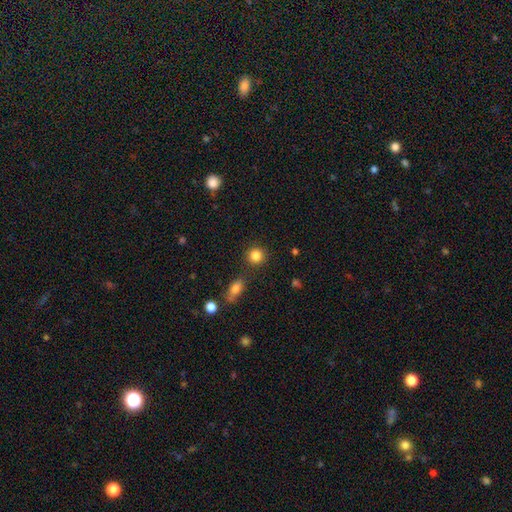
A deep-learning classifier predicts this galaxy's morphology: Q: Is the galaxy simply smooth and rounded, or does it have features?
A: smooth — 85%.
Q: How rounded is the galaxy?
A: round — 90%.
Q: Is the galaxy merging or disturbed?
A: none — 84%.